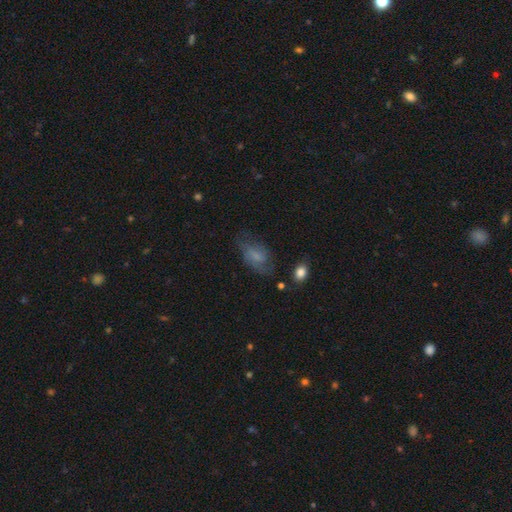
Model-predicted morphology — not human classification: This appears to be a smooth galaxy with no disk features (52%) that is in between round and cigar-shaped (88%). Merging: none (52%).